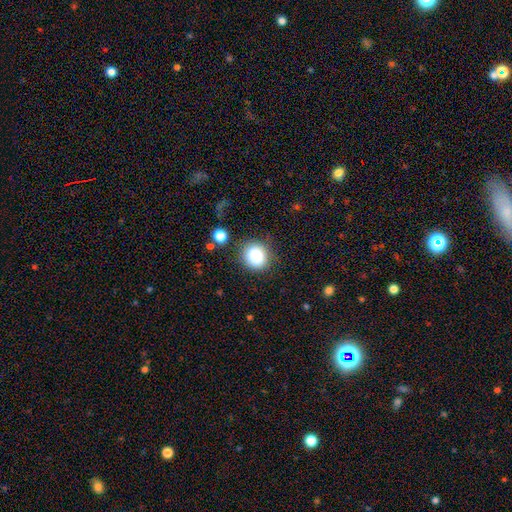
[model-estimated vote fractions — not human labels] smooth_or_featured: smooth (p=0.83) [alt: star or artifact p=0.10]
how_rounded: round (p=0.83) [alt: in between p=0.16]
merging: none (p=0.82) [alt: minor disturbance p=0.11]